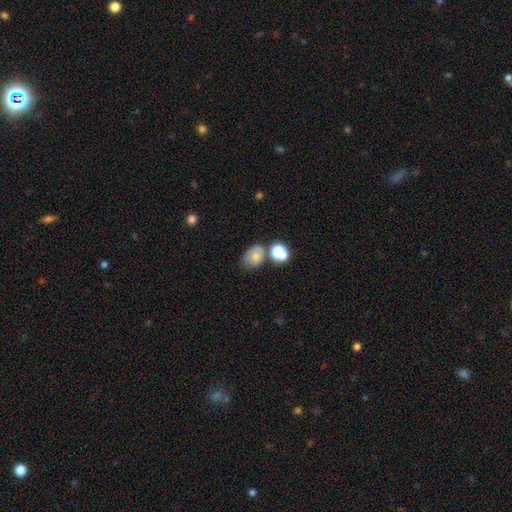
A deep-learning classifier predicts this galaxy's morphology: This is likely a smooth galaxy (70%). How rounded: likely in between (71%). Merging: marginally none (44%).